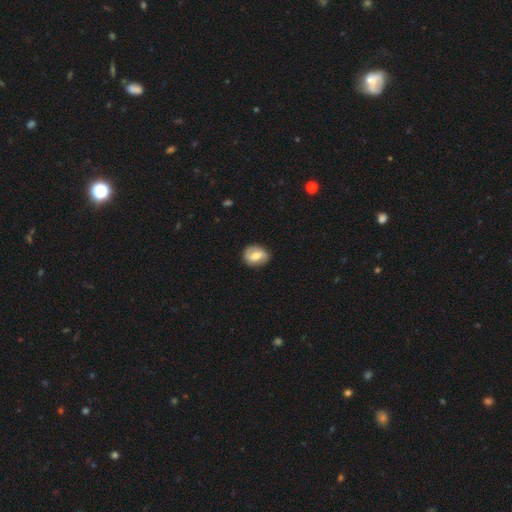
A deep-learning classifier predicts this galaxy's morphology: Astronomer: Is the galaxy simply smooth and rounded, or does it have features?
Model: smooth — 54% (runner-up: featured or disk, 39%).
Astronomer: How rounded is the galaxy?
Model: round — 51% (runner-up: in between, 47%).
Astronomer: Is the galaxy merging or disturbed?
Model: none — 84%.